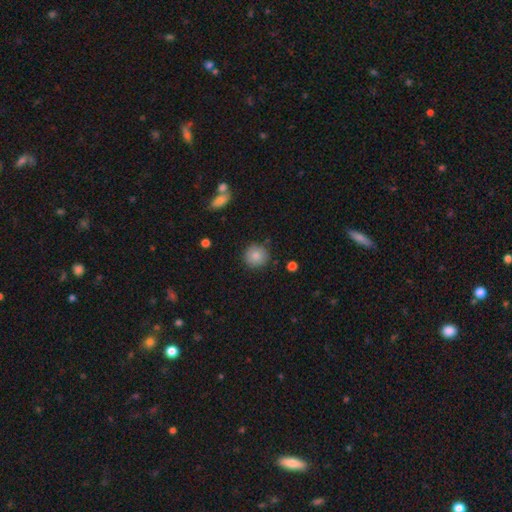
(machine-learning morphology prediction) Smooth or featured: smooth — 81% (featured or disk — 10%)
How rounded: round — 93% (in between — 6%)
Merging: none — 87% (minor disturbance — 9%)